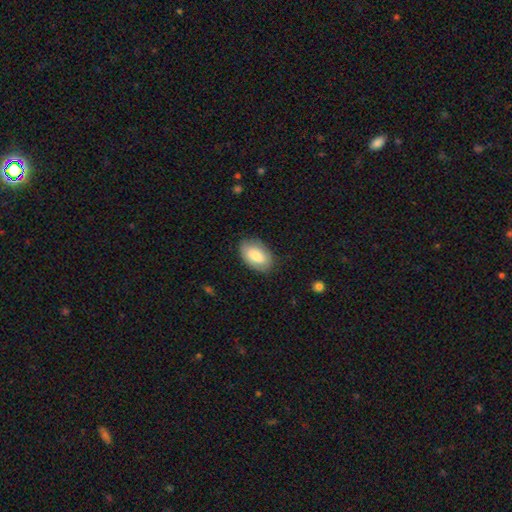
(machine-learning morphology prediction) The model was most divided on "smooth or featured": smooth: 78%, featured or disk: 16%, star or artifact: 6%. More confident: how rounded — in between (92%); merging — none (80%).